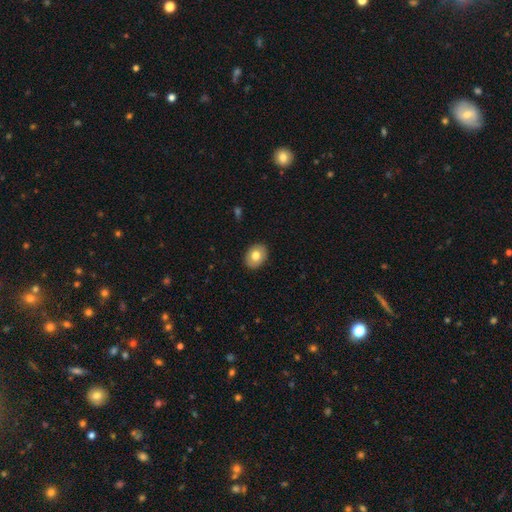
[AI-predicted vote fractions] This is likely a smooth galaxy (76%). How rounded: likely in between (60%). Merging: clearly none (90%).